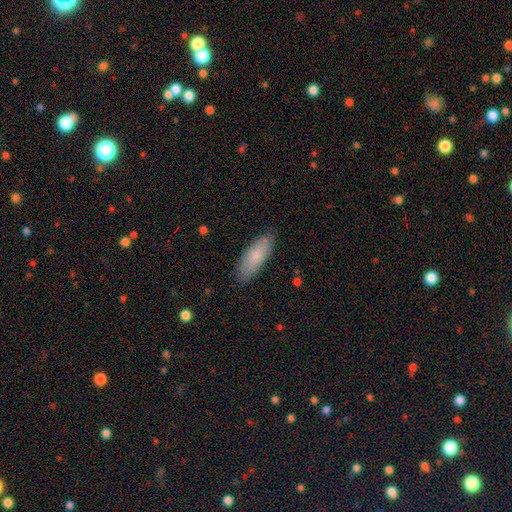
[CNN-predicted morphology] Smooth or featured?
  - smooth: 80% *
  - featured or disk: 15%
  - star or artifact: 6%
How rounded?
  - in between: 70% *
  - cigar-shaped: 29%
  - round: 2%
Merging?
  - none: 85% *
  - minor disturbance: 12%
  - major disturbance: 2%
  - merger: 1%